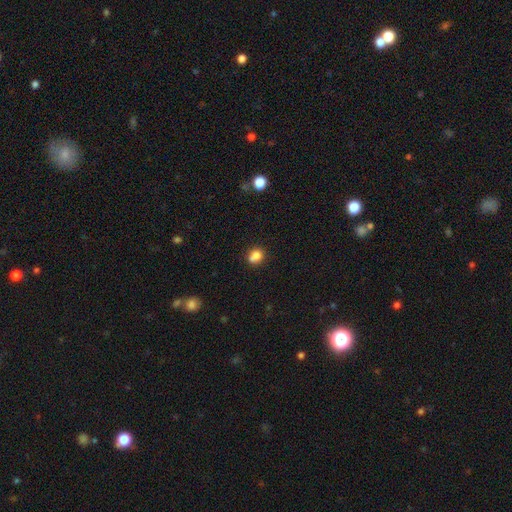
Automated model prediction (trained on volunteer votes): A smooth galaxy with no disk features (79%) that is round (73%).

Vote fractions:
- Smooth or featured? smooth: 79% / star or artifact: 11% / featured or disk: 10%
- How rounded? round: 73% / in between: 26% / cigar-shaped: 1%
- Merging? none: 52% / merger: 30% / minor disturbance: 14% / major disturbance: 4%